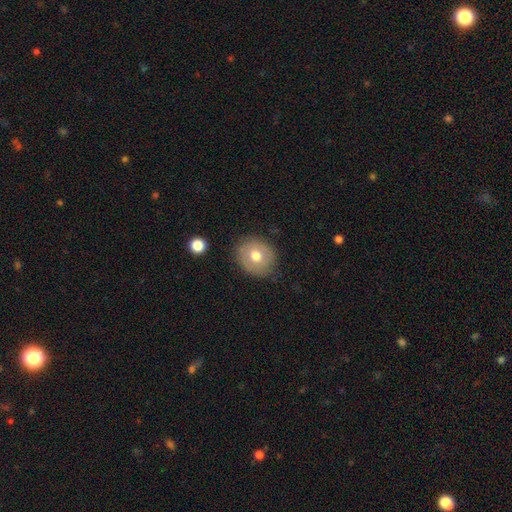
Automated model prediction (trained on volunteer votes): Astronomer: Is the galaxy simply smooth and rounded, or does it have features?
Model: smooth — 69%.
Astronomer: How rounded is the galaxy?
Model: round — 73%.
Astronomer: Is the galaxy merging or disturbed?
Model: none — 80%.